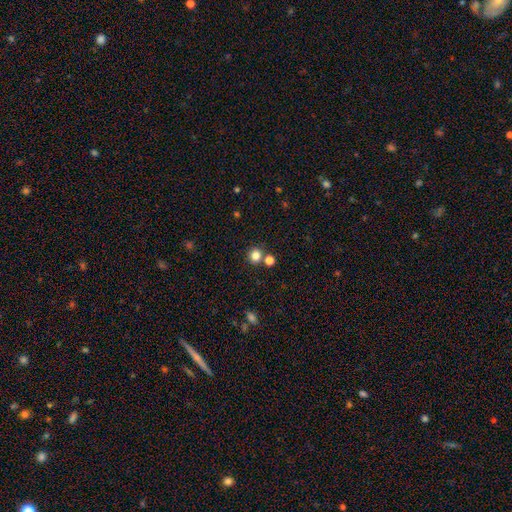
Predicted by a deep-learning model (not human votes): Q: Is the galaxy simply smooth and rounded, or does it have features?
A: smooth — 81%.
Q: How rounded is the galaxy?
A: round — 88%.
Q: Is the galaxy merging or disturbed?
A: none — 73%.